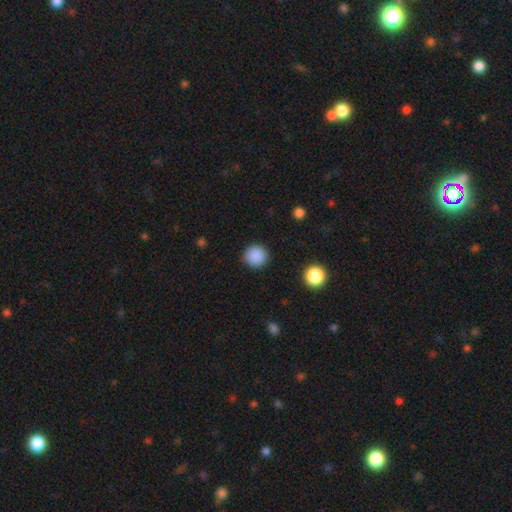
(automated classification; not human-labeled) Smooth or featured? smooth (88%)
How rounded? round (95%)
Merging? none (91%)